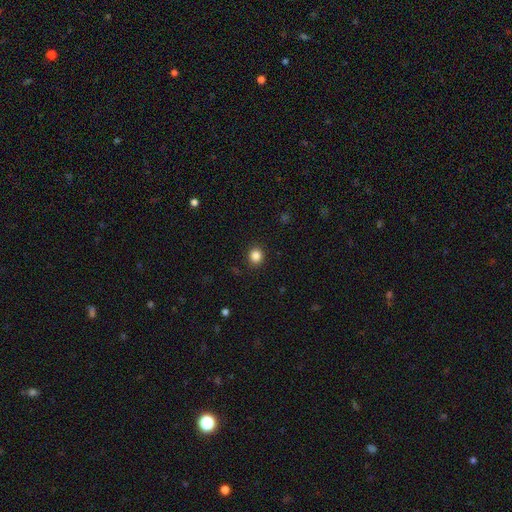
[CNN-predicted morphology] type=smooth (85%); roundness=round (86%); merging=none (91%).